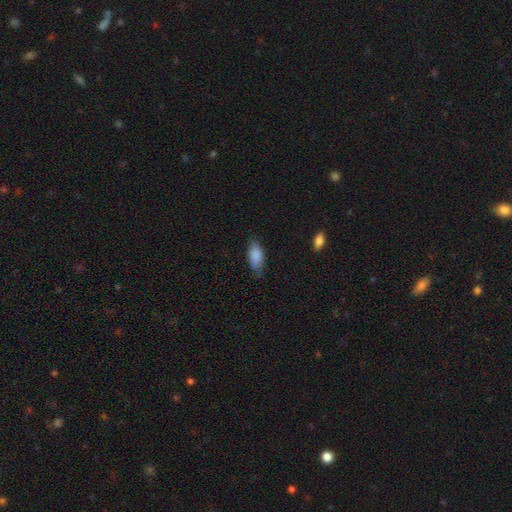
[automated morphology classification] Q: Smooth or featured?
A: smooth (87%); runner-up: featured or disk (7%)
Q: How rounded?
A: in between (87%); runner-up: cigar-shaped (10%)
Q: Merging?
A: none (72%); runner-up: minor disturbance (22%)